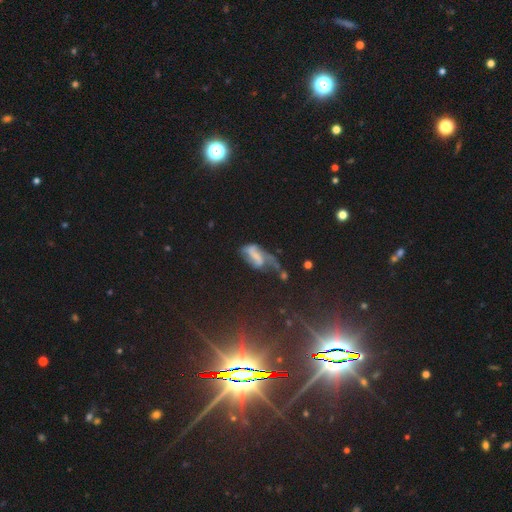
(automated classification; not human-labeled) Q: Smooth or featured?
A: featured or disk (52%); runner-up: smooth (34%)
Q: Edge-on disk?
A: no (92%); runner-up: yes (8%)
Q: Merging?
A: major disturbance (44%); runner-up: minor disturbance (25%)